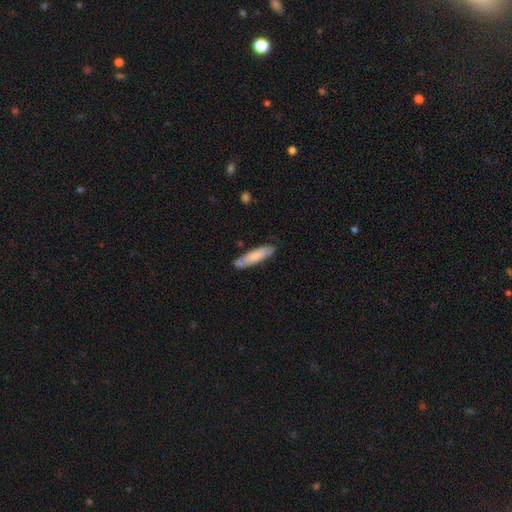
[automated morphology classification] smooth_or_featured: smooth (p=0.74) [alt: featured or disk p=0.20]
how_rounded: cigar-shaped (p=0.71) [alt: in between p=0.27]
merging: none (p=0.75) [alt: minor disturbance p=0.18]